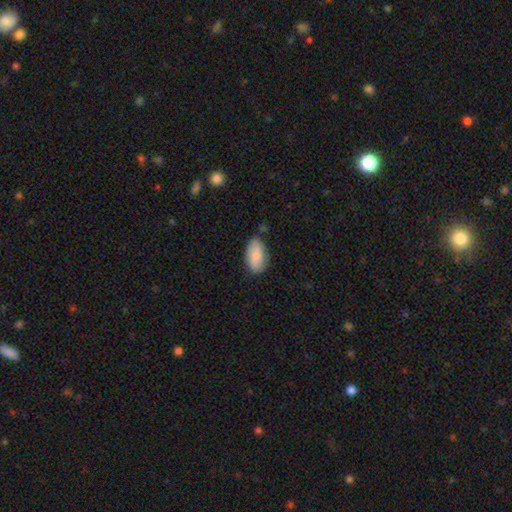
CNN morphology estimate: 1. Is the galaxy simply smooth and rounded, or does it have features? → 82% smooth, 12% featured or disk, 6% star or artifact.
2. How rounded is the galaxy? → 94% in between, 4% round, 2% cigar-shaped.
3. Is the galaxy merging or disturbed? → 74% none, 19% minor disturbance, 4% major disturbance, 3% merger.